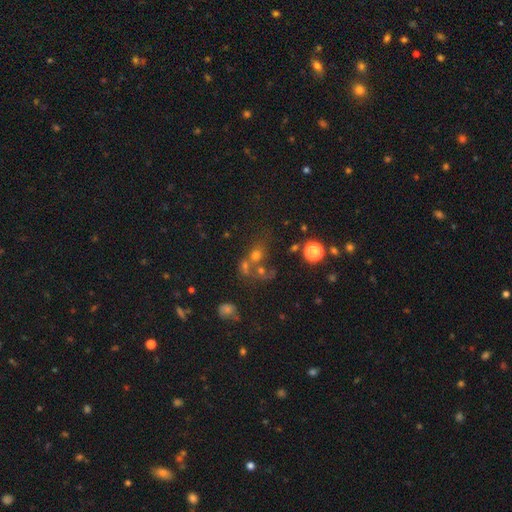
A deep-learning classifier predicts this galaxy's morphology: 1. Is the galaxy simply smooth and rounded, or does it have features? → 52% smooth, 30% star or artifact, 18% featured or disk.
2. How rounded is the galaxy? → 72% round, 26% in between, 2% cigar-shaped.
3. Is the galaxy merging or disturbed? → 47% merger, 35% none, 9% major disturbance, 8% minor disturbance.